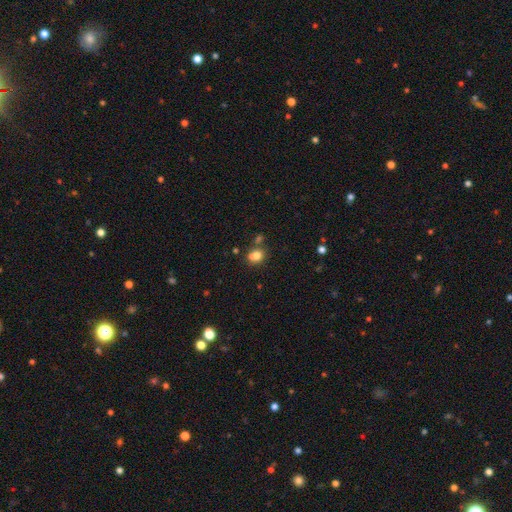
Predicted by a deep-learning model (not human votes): A smooth galaxy with no disk features (77%) that is round (52%). Merging: none (49%).